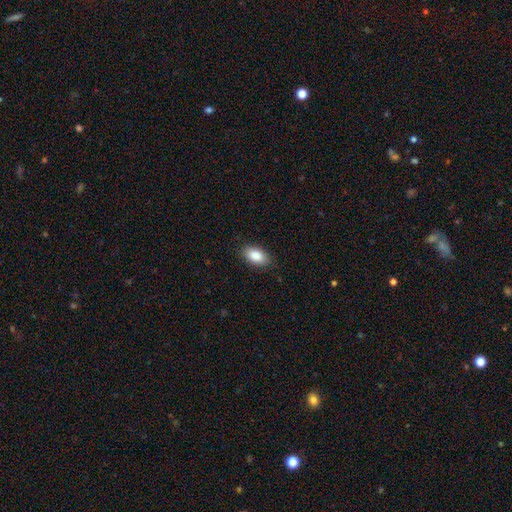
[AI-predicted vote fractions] The model was most divided on "merging": none: 85%, minor disturbance: 12%, major disturbance: 3%, merger: 1%. More confident: how rounded — in between (93%); smooth or featured — smooth (88%).